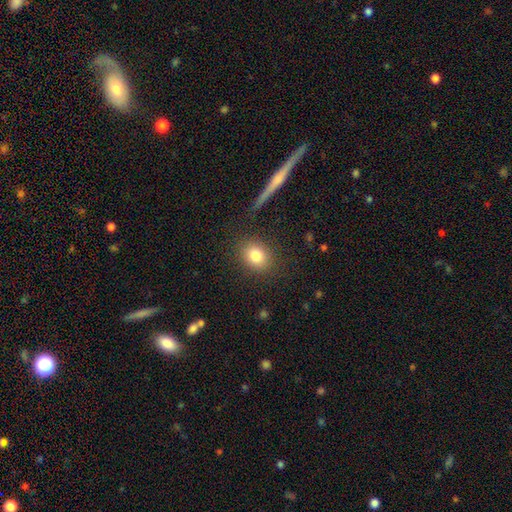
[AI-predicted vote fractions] This is clearly a smooth galaxy (81%). How rounded: likely round (63%). Merging: clearly none (86%).